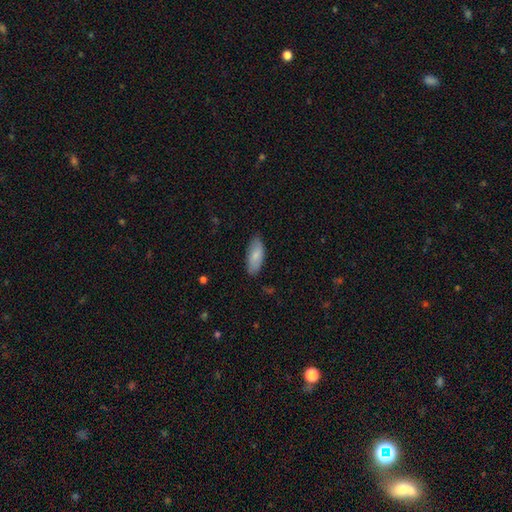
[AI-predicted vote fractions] smooth-or-featured: smooth: 82% | featured or disk: 12% | star or artifact: 6%
  how-rounded: in between: 84% | cigar-shaped: 15% | round: 2%
  merging: none: 82% | minor disturbance: 14% | major disturbance: 2% | merger: 1%